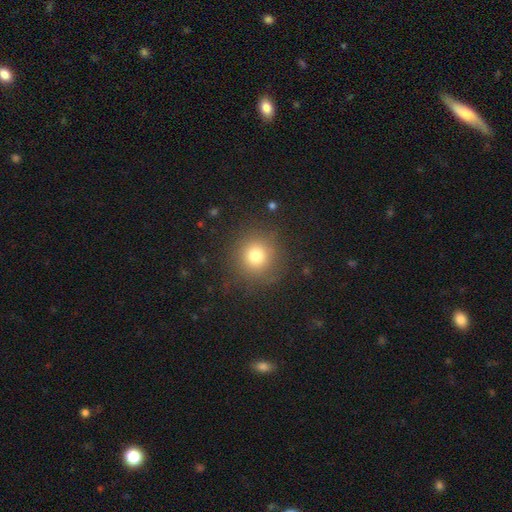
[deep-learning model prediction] The model was most divided on "smooth or featured": smooth: 77%, star or artifact: 14%, featured or disk: 9%. More confident: how rounded — round (93%); merging — none (85%).